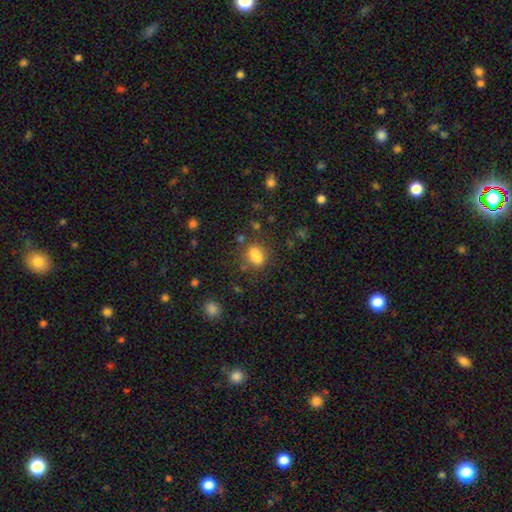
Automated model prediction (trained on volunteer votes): smooth_or_featured: smooth (p=0.80) [alt: star or artifact p=0.12]
how_rounded: in between (p=0.79) [alt: round p=0.17]
merging: none (p=0.64) [alt: minor disturbance p=0.19]